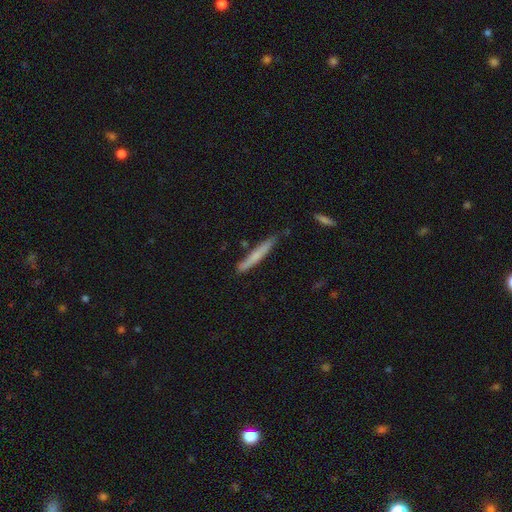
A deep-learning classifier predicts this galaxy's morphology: The model was most divided on "smooth or featured": smooth: 64%, featured or disk: 30%, star or artifact: 6%. More confident: how rounded — cigar-shaped (96%); merging — none (78%).